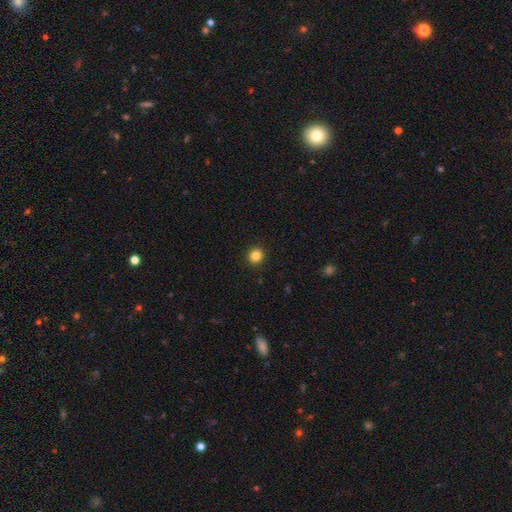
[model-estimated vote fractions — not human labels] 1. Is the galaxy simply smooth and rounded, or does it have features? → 84% smooth, 12% star or artifact, 5% featured or disk.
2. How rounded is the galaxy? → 89% round, 10% in between, 1% cigar-shaped.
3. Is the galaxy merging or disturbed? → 92% none, 5% minor disturbance, 2% major disturbance, 1% merger.